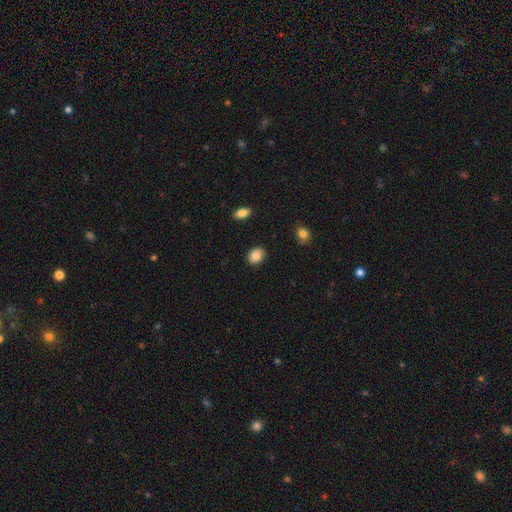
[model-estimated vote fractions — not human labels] The model was most divided on "how rounded": in between: 61%, round: 38%, cigar-shaped: 1%. More confident: merging — none (87%); smooth or featured — smooth (86%).